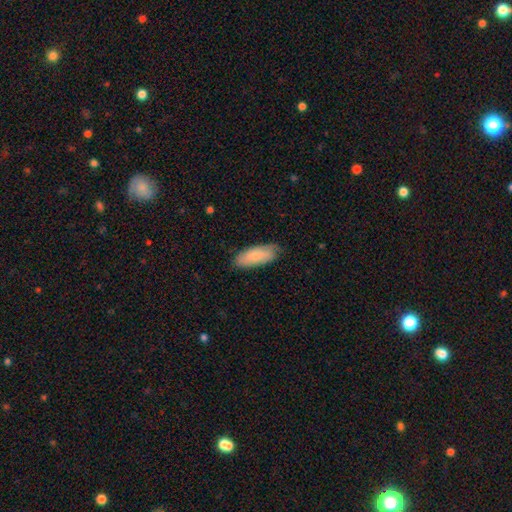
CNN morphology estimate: Smooth or featured?
  - smooth: 79% *
  - featured or disk: 15%
  - star or artifact: 6%
How rounded?
  - in between: 76% *
  - cigar-shaped: 22%
  - round: 2%
Merging?
  - none: 77% *
  - minor disturbance: 19%
  - major disturbance: 3%
  - merger: 1%